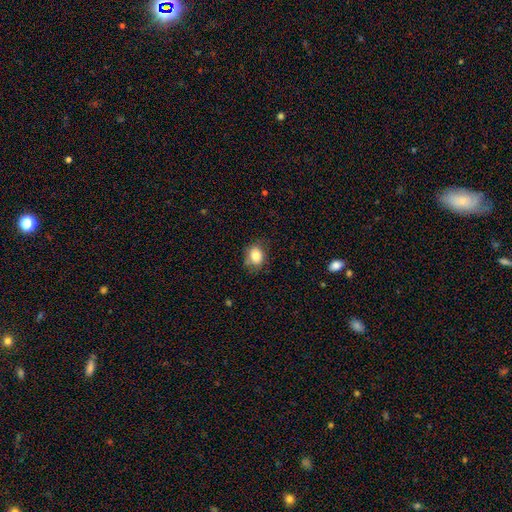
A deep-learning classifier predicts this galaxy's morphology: Smooth or featured: smooth — 81% (star or artifact — 10%)
How rounded: round — 55% (in between — 44%)
Merging: none — 72% (minor disturbance — 21%)